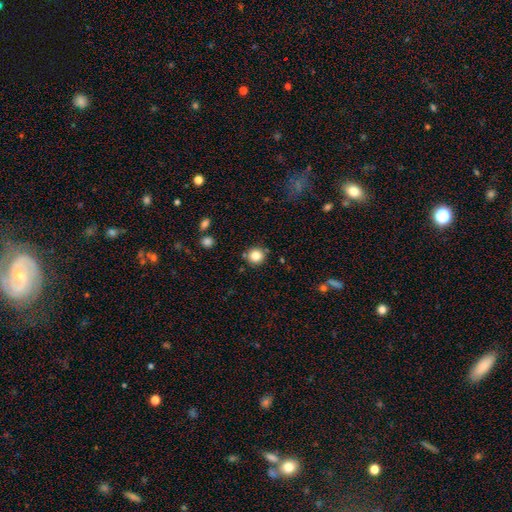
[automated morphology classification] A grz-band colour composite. It shows a smooth galaxy with no disk features (83%) that is round (92%). Merging: none (85%).